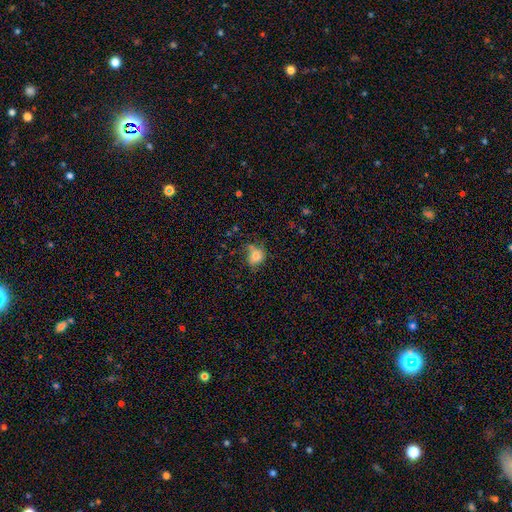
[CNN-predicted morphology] type=smooth (75%); roundness=round (59%); merging=none (54%).